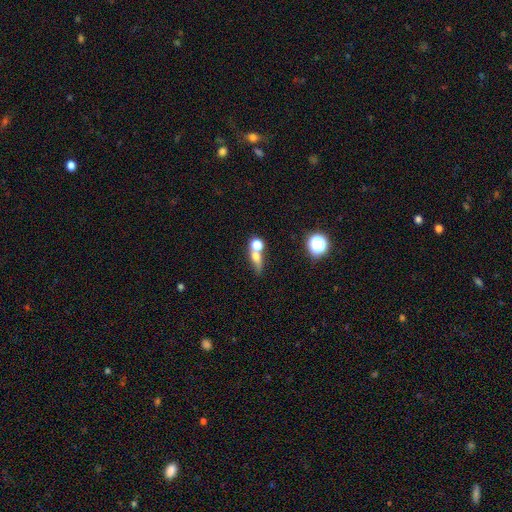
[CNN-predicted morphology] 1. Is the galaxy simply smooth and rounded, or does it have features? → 65% smooth, 20% featured or disk, 15% star or artifact.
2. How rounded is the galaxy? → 43% round, 38% in between, 20% cigar-shaped.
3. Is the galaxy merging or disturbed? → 46% merger, 36% none, 10% minor disturbance, 8% major disturbance.